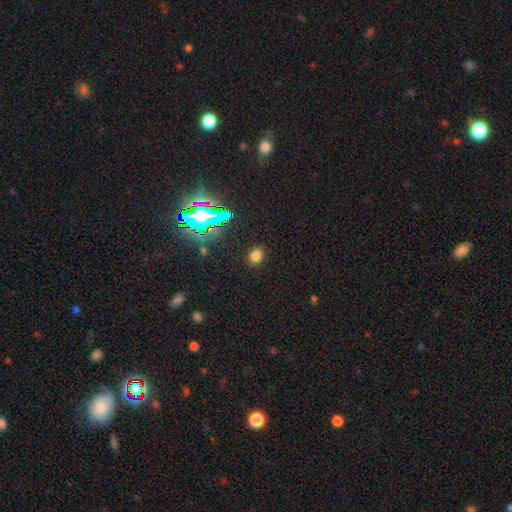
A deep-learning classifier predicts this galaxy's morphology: Smooth or featured? smooth (71%)
How rounded? in between (65%)
Merging? none (87%)